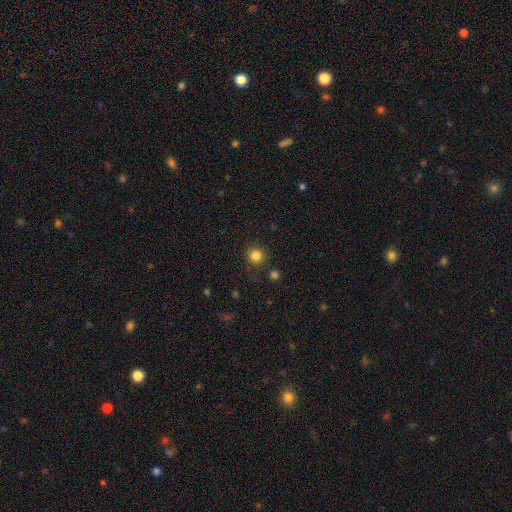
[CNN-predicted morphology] Q: Smooth or featured?
A: smooth (83%); runner-up: star or artifact (13%)
Q: How rounded?
A: round (92%); runner-up: in between (7%)
Q: Merging?
A: none (86%); runner-up: minor disturbance (8%)